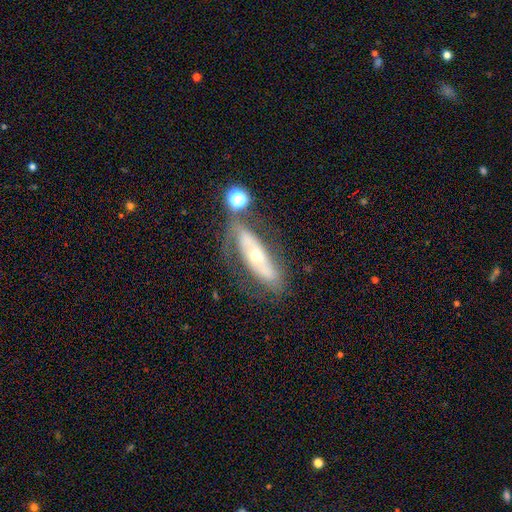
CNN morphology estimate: type=featured or disk (66%); edge-on=no (73%); merging=none (54%).